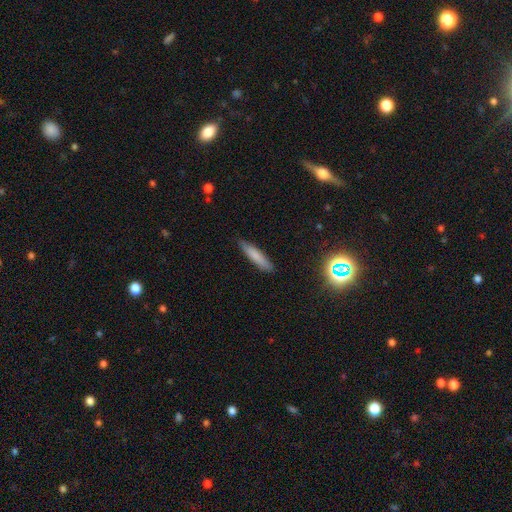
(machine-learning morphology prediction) A smooth galaxy with no disk features (78%) that is cigar-shaped (83%). Merging: none (85%).